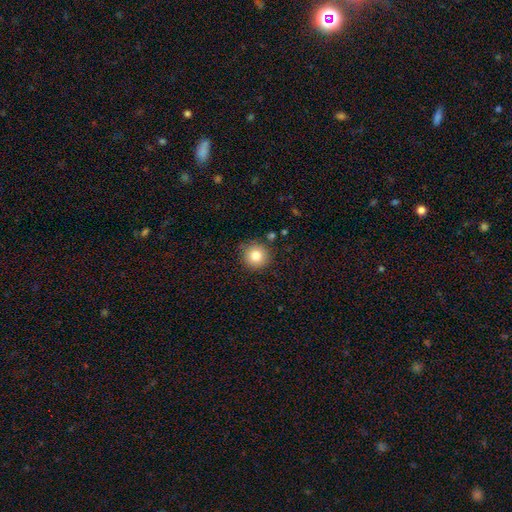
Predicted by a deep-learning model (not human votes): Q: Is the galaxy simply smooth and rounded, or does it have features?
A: smooth — 81%.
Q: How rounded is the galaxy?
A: round — 94%.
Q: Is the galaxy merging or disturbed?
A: none — 86%.